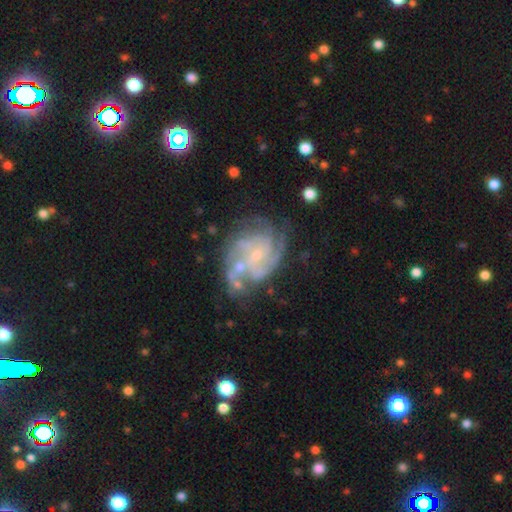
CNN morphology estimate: Smooth or featured? featured or disk (85%)
Edge-on disk? no (98%)
Bar? no (62%)
Spiral arms? yes (94%)
Spiral winding? tight (53%)
Spiral arm count? 4 (26%)
Bulge size? small (75%)
Merging? none (58%)